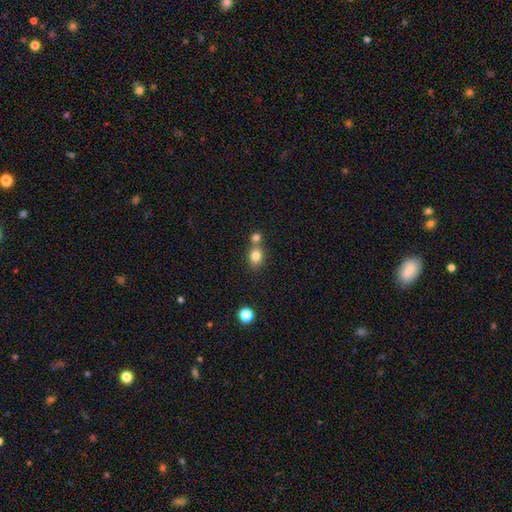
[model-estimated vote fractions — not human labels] smooth_or_featured: smooth (p=0.81) [alt: star or artifact p=0.11]
how_rounded: round (p=0.60) [alt: in between p=0.39]
merging: none (p=0.49) [alt: merger p=0.39]